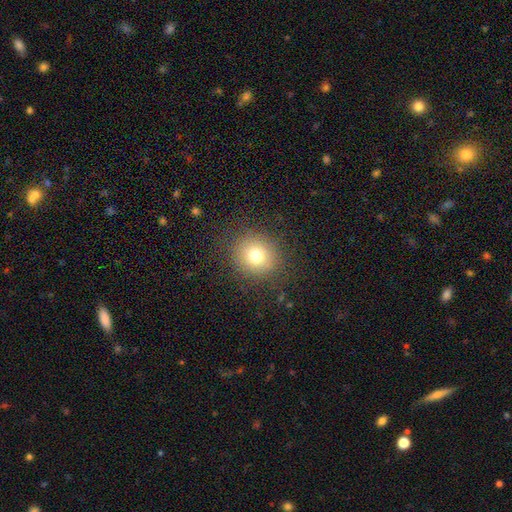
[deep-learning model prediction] A smooth galaxy with no disk features (76%) that is round (87%).

Vote fractions:
- Smooth or featured? smooth: 76% / star or artifact: 13% / featured or disk: 11%
- How rounded? round: 87% / in between: 12% / cigar-shaped: 1%
- Merging? none: 86% / minor disturbance: 8% / major disturbance: 4% / merger: 1%